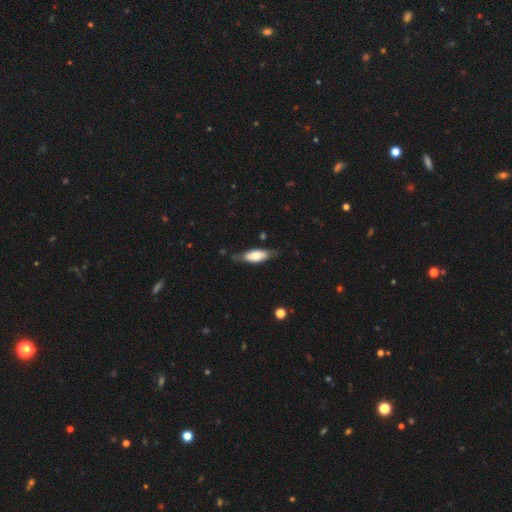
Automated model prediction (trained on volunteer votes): The model was most divided on "smooth or featured": smooth: 67%, featured or disk: 27%, star or artifact: 6%. More confident: how rounded — in between (74%); merging — none (69%).